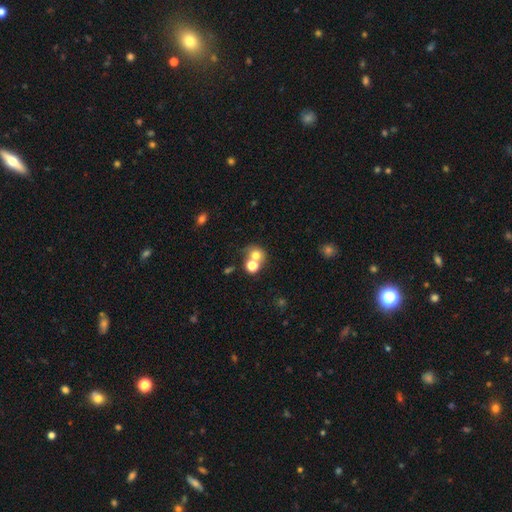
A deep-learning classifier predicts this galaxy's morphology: Smooth or featured? Predicted: smooth (p=0.70). How rounded? Predicted: round (p=0.77). Merging? Predicted: merger (p=0.46).